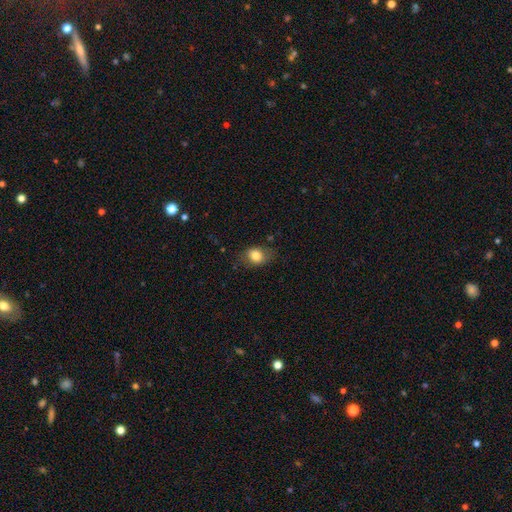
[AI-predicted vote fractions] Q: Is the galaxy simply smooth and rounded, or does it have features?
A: smooth — 81%.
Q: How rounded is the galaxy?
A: in between — 63%.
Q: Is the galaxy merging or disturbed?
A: none — 72%.